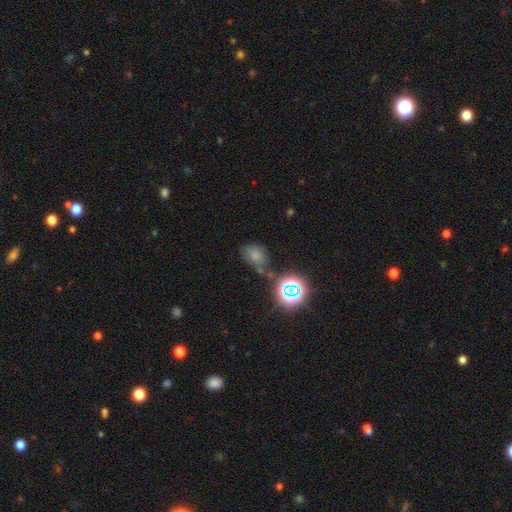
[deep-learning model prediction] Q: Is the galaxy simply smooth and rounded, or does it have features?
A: smooth — 64%.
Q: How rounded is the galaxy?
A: in between — 68%.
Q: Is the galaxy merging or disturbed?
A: none — 51%.